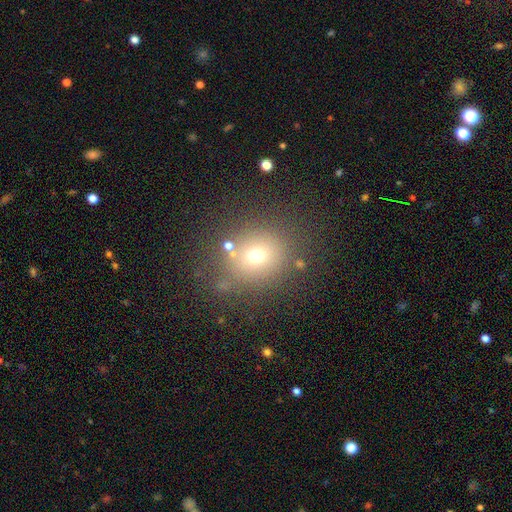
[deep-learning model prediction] Q: Smooth or featured?
A: smooth (67%); runner-up: star or artifact (20%)
Q: How rounded?
A: round (74%); runner-up: in between (25%)
Q: Merging?
A: none (77%); runner-up: minor disturbance (11%)